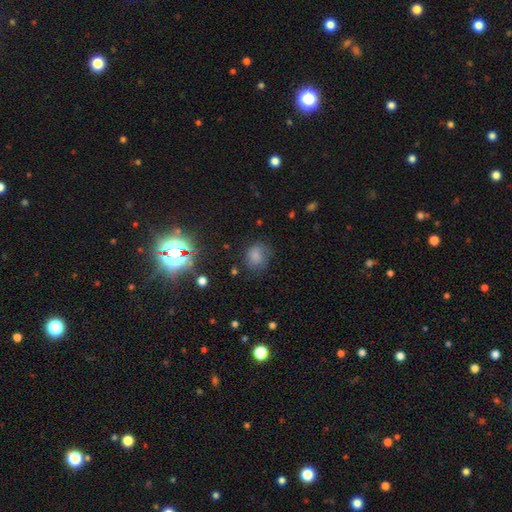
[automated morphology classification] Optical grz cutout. It shows a smooth galaxy with no disk features (71%) that is round (64%). Merging: none (62%).